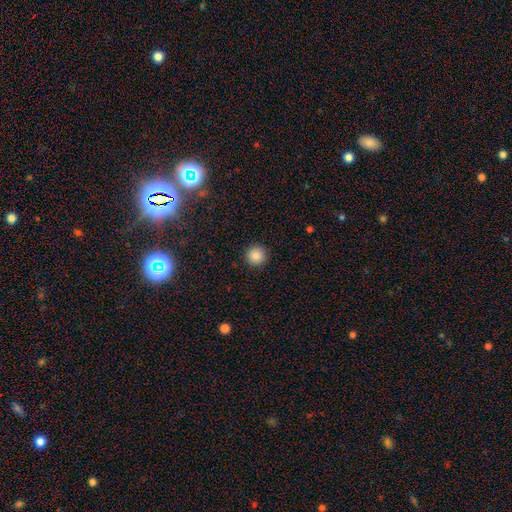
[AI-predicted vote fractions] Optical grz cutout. It shows a smooth galaxy with no disk features (87%) that is round (96%). Merging: none (93%).